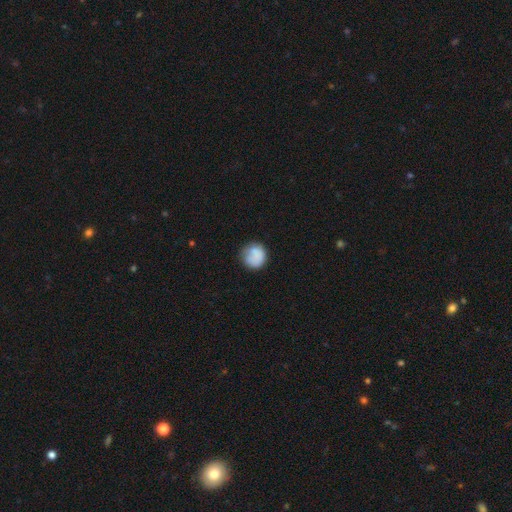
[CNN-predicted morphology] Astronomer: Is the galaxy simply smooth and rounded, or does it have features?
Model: smooth — 79%.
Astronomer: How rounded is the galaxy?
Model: round — 90%.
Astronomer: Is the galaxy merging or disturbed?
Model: none — 66%.